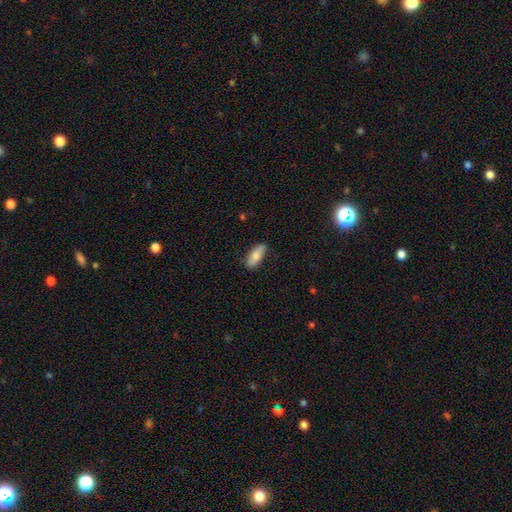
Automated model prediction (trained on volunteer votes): The model was most divided on "how rounded": in between: 74%, cigar-shaped: 23%, round: 2%. More confident: merging — none (81%); smooth or featured — smooth (75%).